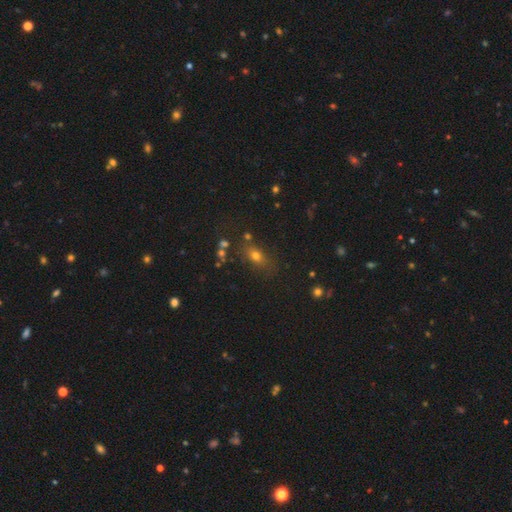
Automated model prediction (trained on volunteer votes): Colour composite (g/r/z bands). It shows a smooth galaxy with no disk features (65%) that is in between round and cigar-shaped (64%). Merging: none (72%).